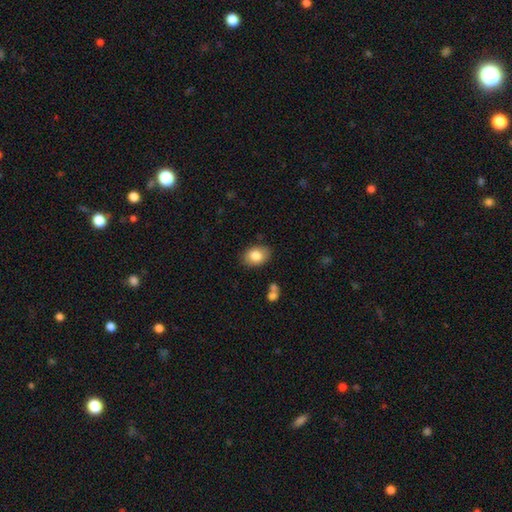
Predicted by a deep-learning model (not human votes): This appears to be a smooth galaxy with no disk features (83%) that is in between round and cigar-shaped (79%). Merging: none (84%).